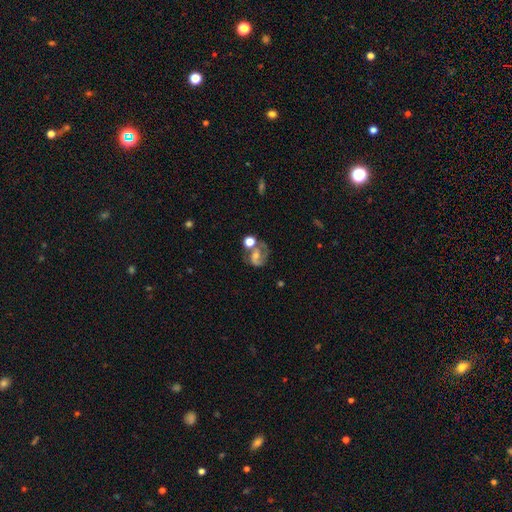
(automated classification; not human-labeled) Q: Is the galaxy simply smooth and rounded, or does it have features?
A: featured or disk — 56%.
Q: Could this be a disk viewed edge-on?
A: no — 97%.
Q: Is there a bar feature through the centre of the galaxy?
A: no — 52%.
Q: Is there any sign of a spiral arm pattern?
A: yes — 73%.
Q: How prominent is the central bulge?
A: moderate — 47%.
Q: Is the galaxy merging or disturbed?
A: none — 38%.